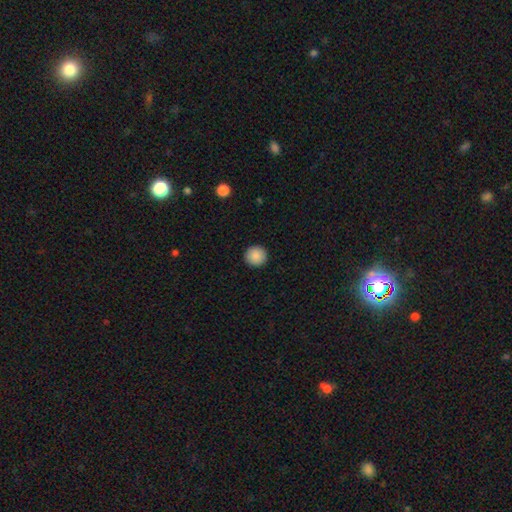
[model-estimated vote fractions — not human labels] Smooth or featured? smooth (88%)
How rounded? round (95%)
Merging? none (93%)